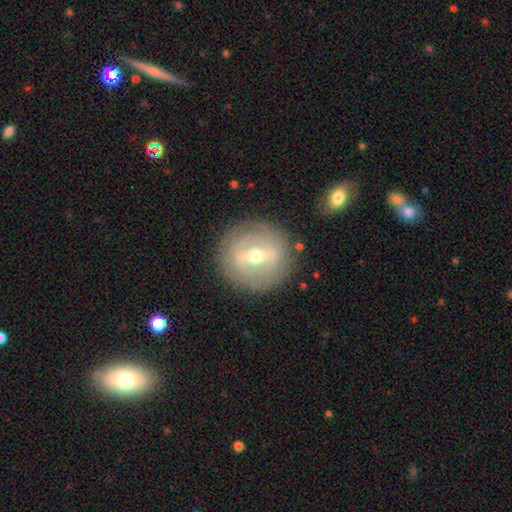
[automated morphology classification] Overall: featured or disk (72%). Edge-on disk: no (89%). Bar: strong (51%; weak 38%). Spiral arms: no (53%; yes 47%). Bulge size: moderate (63%; small 32%). Merging: none (85%).